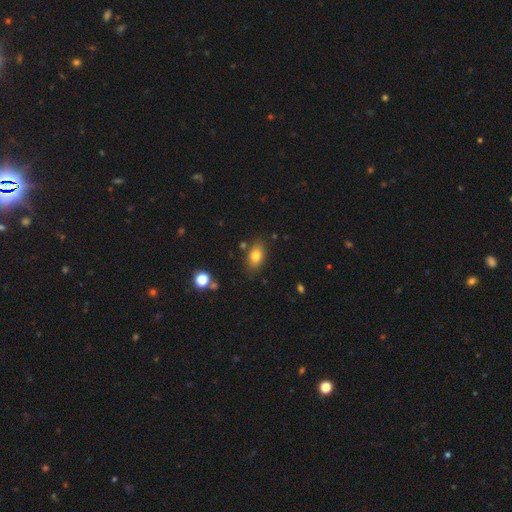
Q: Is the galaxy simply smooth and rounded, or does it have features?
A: smooth — 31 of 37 (84%).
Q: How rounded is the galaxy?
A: in between — 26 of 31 (84%).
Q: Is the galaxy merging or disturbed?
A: none — 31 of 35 (89%).